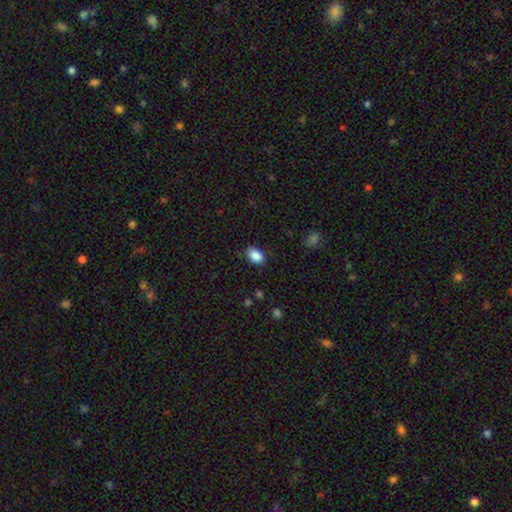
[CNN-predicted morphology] Smooth or featured? smooth (88%)
How rounded? in between (86%)
Merging? none (84%)